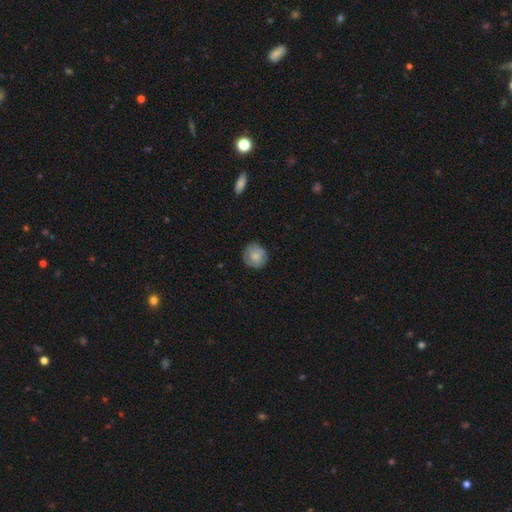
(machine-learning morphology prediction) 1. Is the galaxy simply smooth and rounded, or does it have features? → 65% smooth, 28% featured or disk, 7% star or artifact.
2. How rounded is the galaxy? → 88% round, 11% in between, 1% cigar-shaped.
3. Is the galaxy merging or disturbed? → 81% none, 15% minor disturbance, 3% major disturbance, 1% merger.